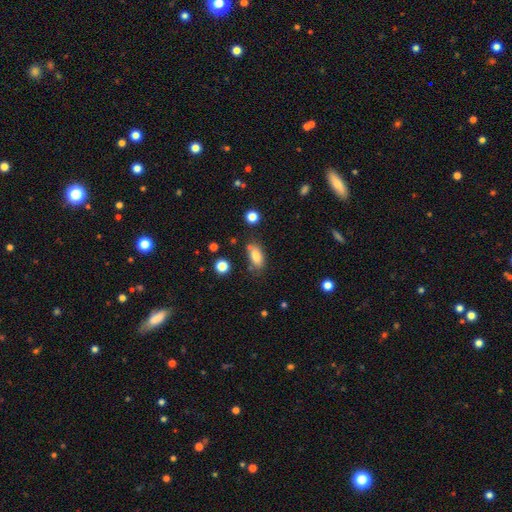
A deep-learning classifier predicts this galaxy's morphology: Smooth or featured? smooth (82%)
How rounded? in between (86%)
Merging? none (68%)